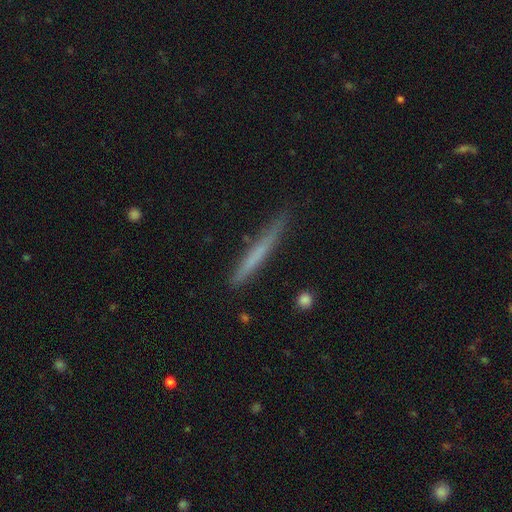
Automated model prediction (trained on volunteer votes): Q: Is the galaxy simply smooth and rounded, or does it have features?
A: smooth — 59%.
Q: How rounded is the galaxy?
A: cigar-shaped — 97%.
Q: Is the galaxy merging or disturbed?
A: none — 83%.